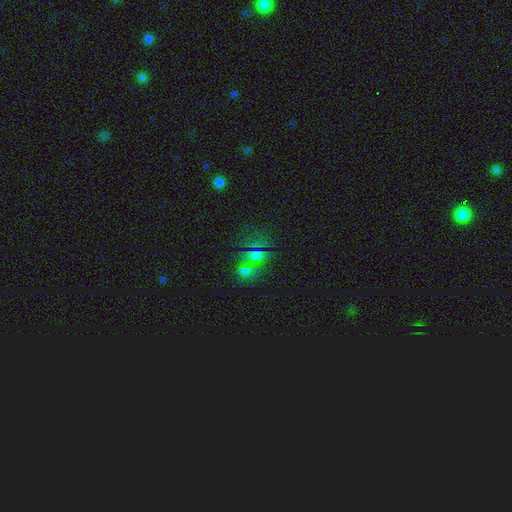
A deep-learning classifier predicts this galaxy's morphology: Smooth or featured? smooth (45%)
Merging? none (59%)